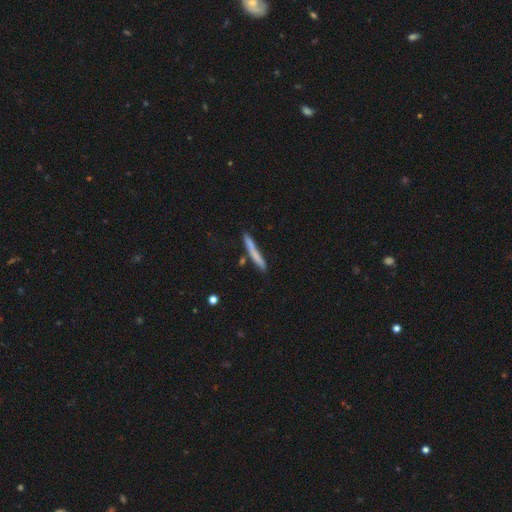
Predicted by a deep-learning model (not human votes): Morphology: type=smooth (70%); roundness=cigar-shaped (96%); merging=none (74%).